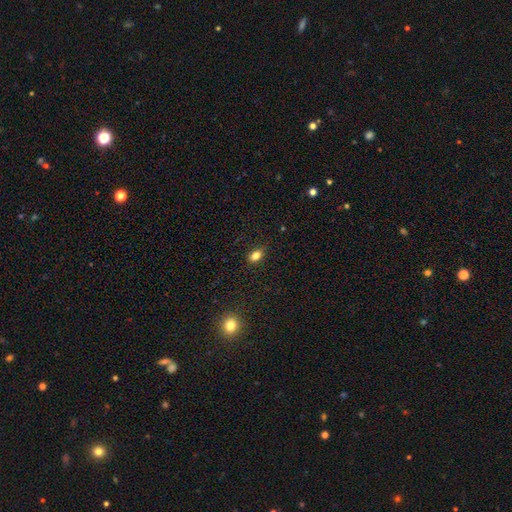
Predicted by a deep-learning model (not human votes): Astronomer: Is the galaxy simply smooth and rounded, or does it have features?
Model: smooth — 82%.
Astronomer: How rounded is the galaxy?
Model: in between — 80%.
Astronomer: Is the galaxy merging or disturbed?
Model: none — 82%.